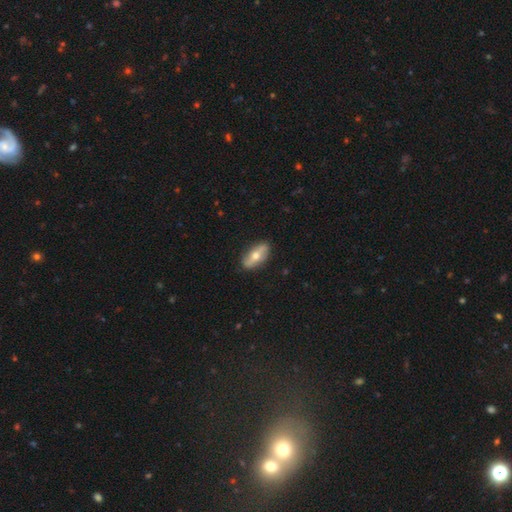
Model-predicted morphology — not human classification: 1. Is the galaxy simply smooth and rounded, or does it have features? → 47% smooth (tied), 47% featured or disk (tied), 6% star or artifact.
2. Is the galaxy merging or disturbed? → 86% none, 11% minor disturbance, 2% major disturbance, 1% merger.